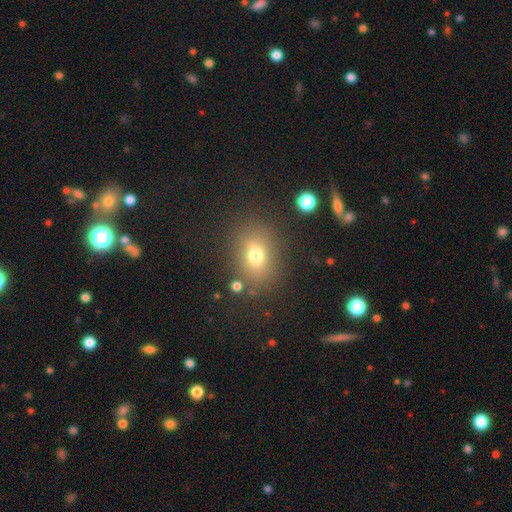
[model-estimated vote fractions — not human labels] Morphology: type=smooth (73%); roundness=in between (59%); merging=none (79%).